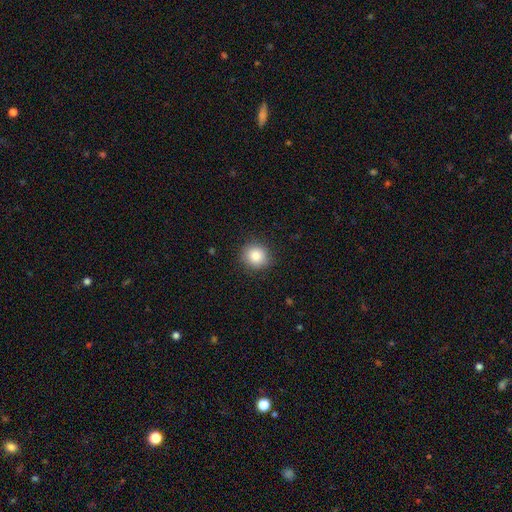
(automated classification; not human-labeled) Morphology: type=smooth (85%); roundness=round (89%); merging=none (88%).